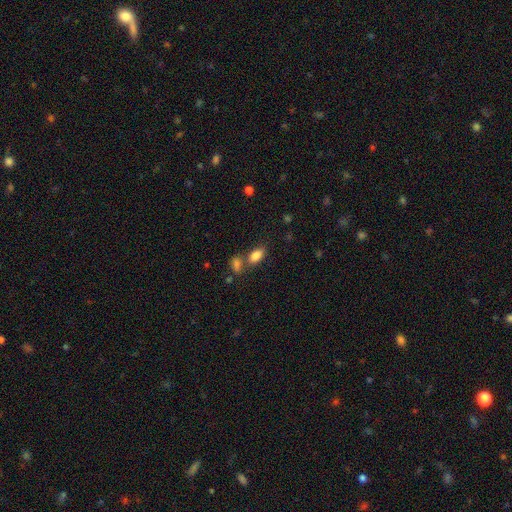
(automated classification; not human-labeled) A smooth galaxy with no disk features (84%) that is in between round and cigar-shaped (90%). Merging: none (56%).